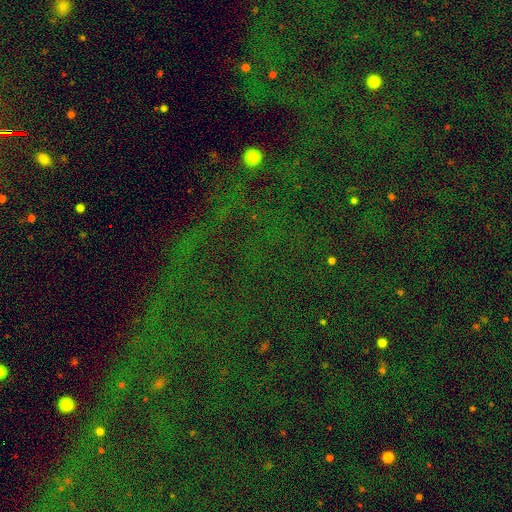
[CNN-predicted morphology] This appears to be a star or artifact, not a galaxy (84%).